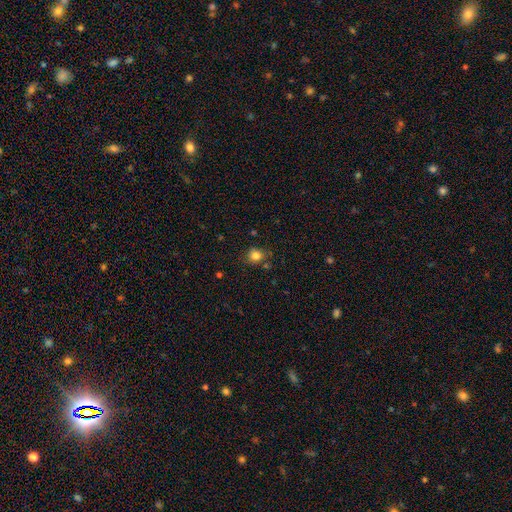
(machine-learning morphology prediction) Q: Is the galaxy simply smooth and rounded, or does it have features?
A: smooth — 82%.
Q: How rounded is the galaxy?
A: round — 76%.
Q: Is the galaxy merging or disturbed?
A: none — 76%.